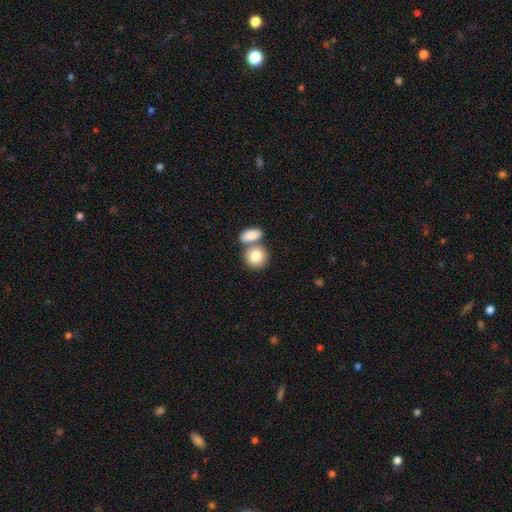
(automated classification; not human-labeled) Smooth or featured: smooth — 82% (featured or disk — 11%)
How rounded: round — 74% (in between — 25%)
Merging: none — 49% (merger — 39%)